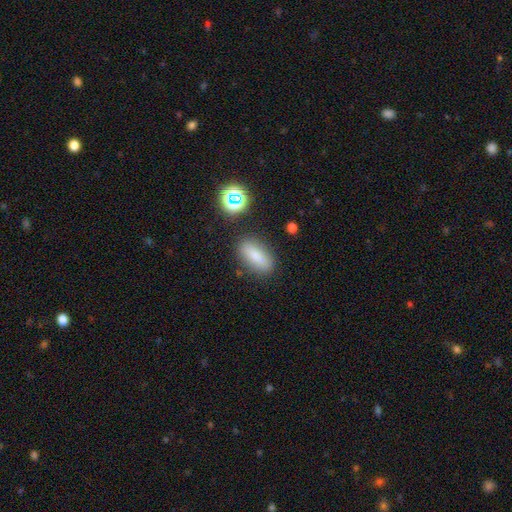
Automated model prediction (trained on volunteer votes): smooth-or-featured: smooth: 78% | featured or disk: 12% | star or artifact: 11%
  how-rounded: in between: 80% | cigar-shaped: 14% | round: 5%
  merging: none: 81% | minor disturbance: 12% | merger: 4% | major disturbance: 4%